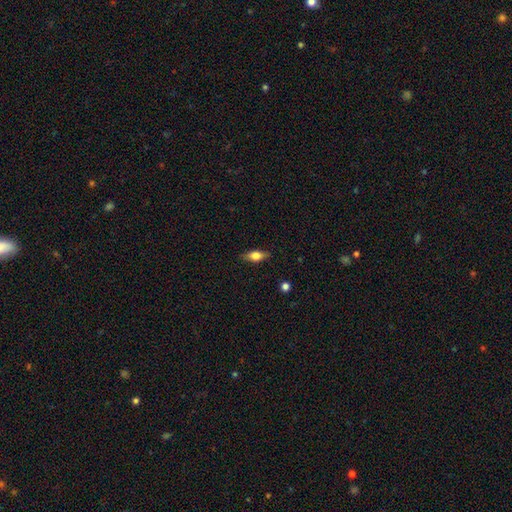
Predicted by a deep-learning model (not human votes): The model was most divided on "smooth or featured": smooth: 60%, featured or disk: 33%, star or artifact: 8%. More confident: merging — none (84%); how rounded — in between (71%).